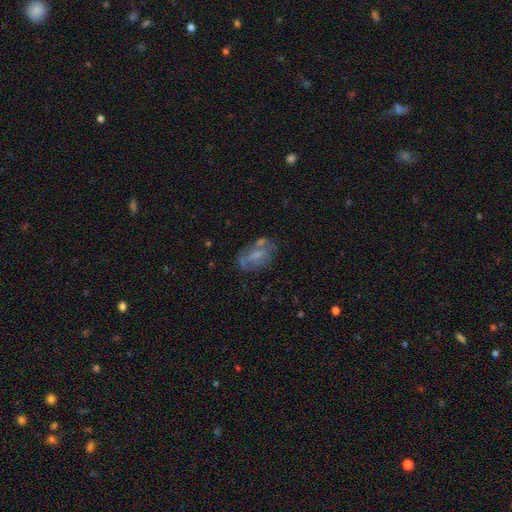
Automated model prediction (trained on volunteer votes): The model was most divided on "smooth or featured": featured or disk: 50%, smooth: 39%, star or artifact: 11%. More confident: merging — none (51%).